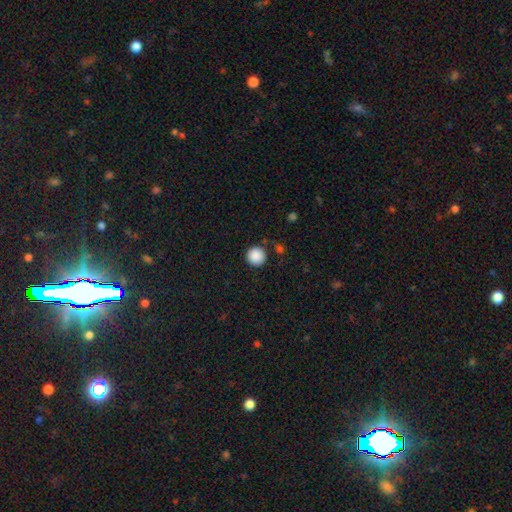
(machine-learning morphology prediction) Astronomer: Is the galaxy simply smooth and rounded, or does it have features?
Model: smooth — 88%.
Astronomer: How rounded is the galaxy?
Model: round — 96%.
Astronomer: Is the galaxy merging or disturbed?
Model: none — 89%.